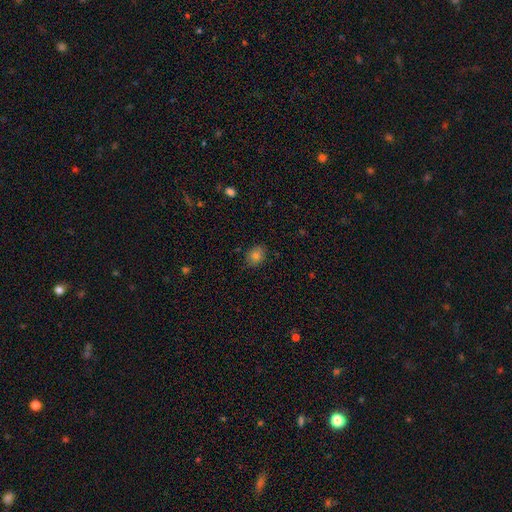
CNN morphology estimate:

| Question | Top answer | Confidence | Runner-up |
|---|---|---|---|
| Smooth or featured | smooth | 79% | star or artifact (12%) |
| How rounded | round | 51% | in between (48%) |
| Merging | none | 83% | minor disturbance (14%) |